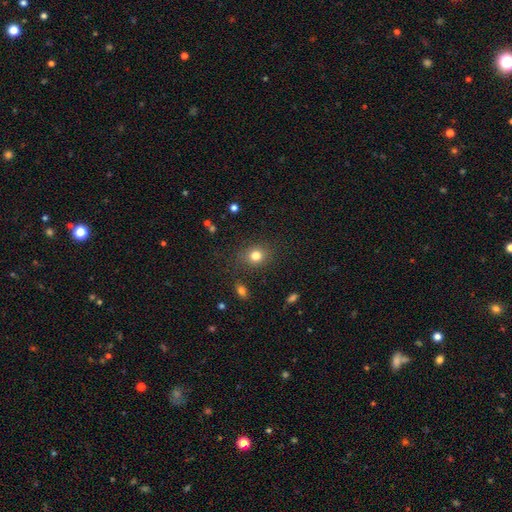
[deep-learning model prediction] Morphology: type=smooth (80%); roundness=round (70%); merging=none (83%).